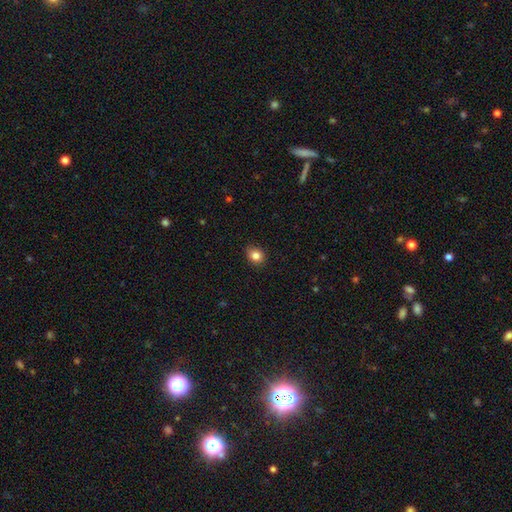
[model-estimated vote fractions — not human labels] Smooth or featured? smooth (84%)
How rounded? round (60%)
Merging? none (87%)